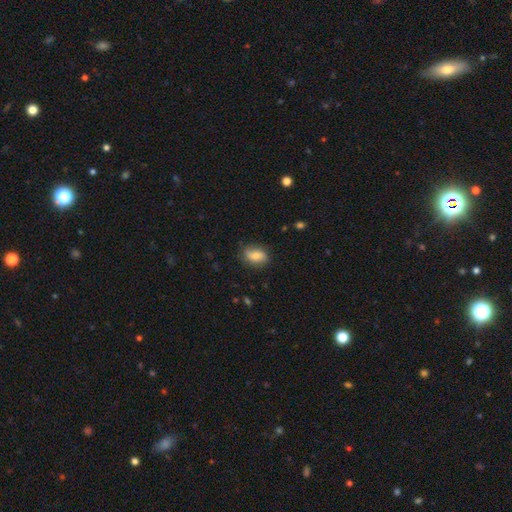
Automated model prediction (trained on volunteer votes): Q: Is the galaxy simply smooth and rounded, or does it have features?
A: smooth — 74%.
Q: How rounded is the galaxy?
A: in between — 83%.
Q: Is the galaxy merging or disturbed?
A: none — 73%.